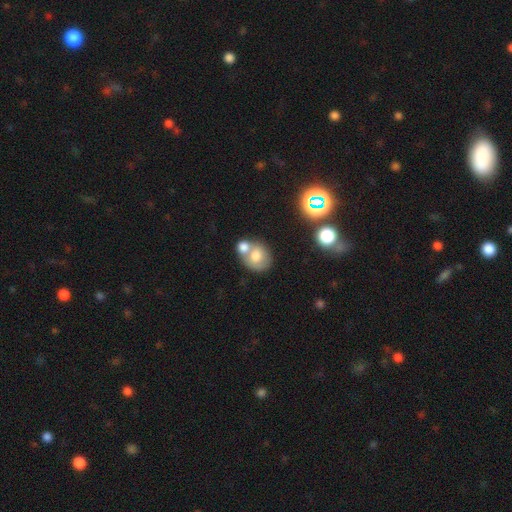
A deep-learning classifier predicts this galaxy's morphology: This appears to be a smooth galaxy with no disk features (70%) that is round (66%). Merging: merger (52%).